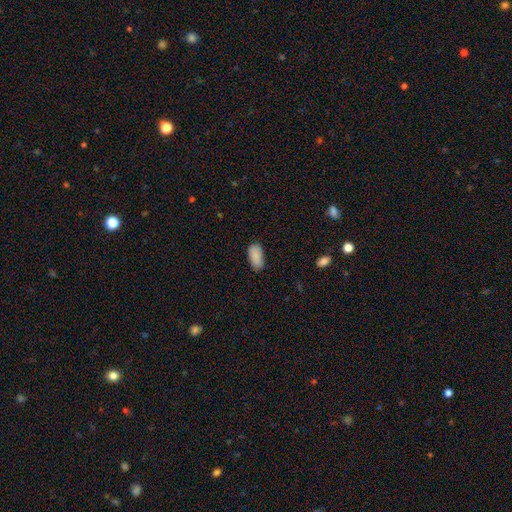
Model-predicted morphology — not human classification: A smooth galaxy with no disk features (88%) that is in between round and cigar-shaped (94%).

Vote fractions:
- Smooth or featured? smooth: 88% / star or artifact: 7% / featured or disk: 5%
- How rounded? in between: 94% / cigar-shaped: 3% / round: 3%
- Merging? none: 79% / minor disturbance: 17% / major disturbance: 3% / merger: 1%